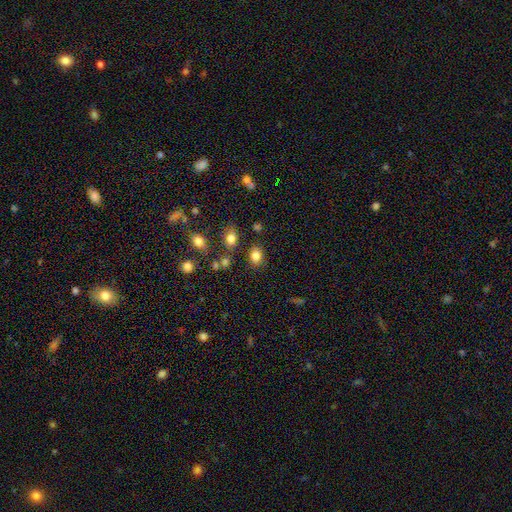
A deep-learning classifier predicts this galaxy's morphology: smooth 83%, star or artifact 11%, featured or disk 6%. Down the decision tree: how rounded — in between (58%); merging — none (81%).